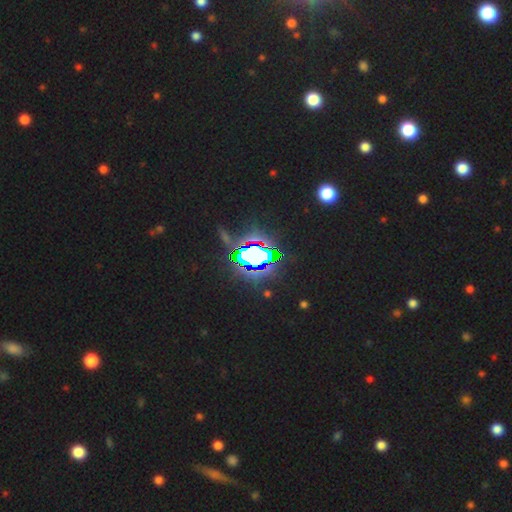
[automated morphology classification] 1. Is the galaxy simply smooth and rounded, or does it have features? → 72% star or artifact, 15% smooth, 13% featured or disk.